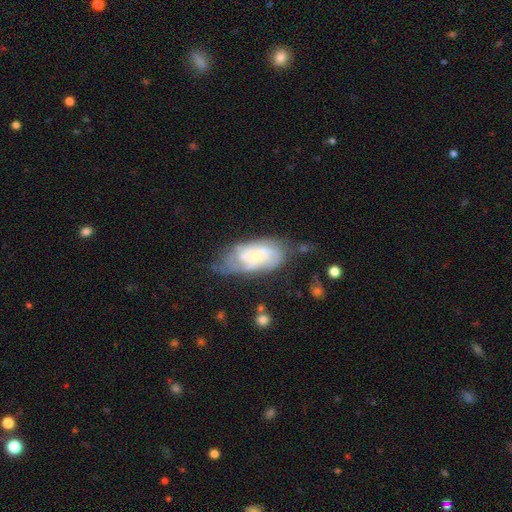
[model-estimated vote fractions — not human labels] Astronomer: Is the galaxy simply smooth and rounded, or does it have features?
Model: featured or disk — 68%.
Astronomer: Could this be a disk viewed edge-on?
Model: no — 94%.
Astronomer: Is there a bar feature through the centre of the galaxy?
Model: no — 65%.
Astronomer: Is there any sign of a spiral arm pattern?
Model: yes — 87%.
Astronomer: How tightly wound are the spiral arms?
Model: tight — 53% (runner-up: medium, 35%).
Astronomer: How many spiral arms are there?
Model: can't tell — 42% (runner-up: 2, 30%).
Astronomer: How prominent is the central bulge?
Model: small — 63%.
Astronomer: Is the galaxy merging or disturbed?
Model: none — 54%.